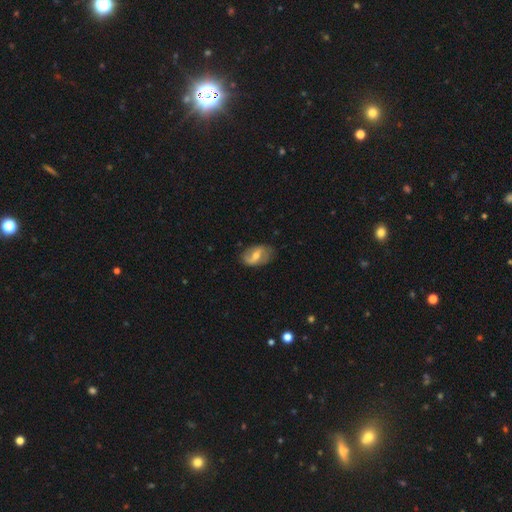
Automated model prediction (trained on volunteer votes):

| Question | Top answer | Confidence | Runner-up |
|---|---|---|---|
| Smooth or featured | featured or disk | 68% | smooth (26%) |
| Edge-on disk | no | 96% | yes (4%) |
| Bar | weak | 50% | strong (28%) |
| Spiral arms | yes | 83% | no (17%) |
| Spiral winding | loose | 52% | medium (34%) |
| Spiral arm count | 2 | 85% | can't tell (8%) |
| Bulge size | moderate | 62% | small (30%) |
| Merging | none | 77% | minor disturbance (17%) |